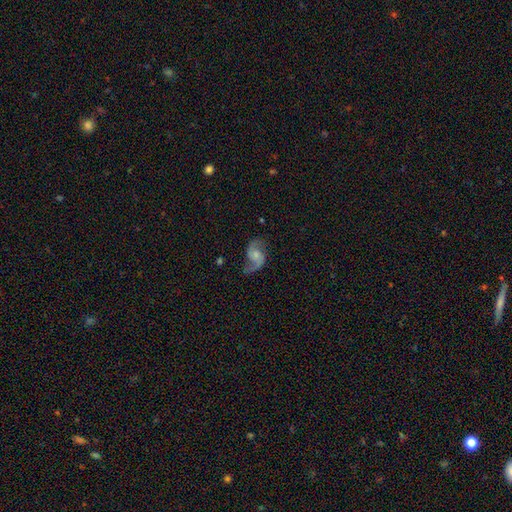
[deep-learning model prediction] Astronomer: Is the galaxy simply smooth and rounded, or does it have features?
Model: featured or disk — 86%.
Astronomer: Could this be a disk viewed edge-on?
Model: no — 98%.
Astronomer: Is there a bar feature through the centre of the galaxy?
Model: no — 60%.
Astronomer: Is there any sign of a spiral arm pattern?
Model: yes — 97%.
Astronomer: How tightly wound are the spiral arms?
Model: loose — 52% (runner-up: medium, 40%).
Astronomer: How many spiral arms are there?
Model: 2 — 91%.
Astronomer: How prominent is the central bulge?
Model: small — 46% (runner-up: moderate, 37%).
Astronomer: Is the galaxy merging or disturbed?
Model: none — 70%.